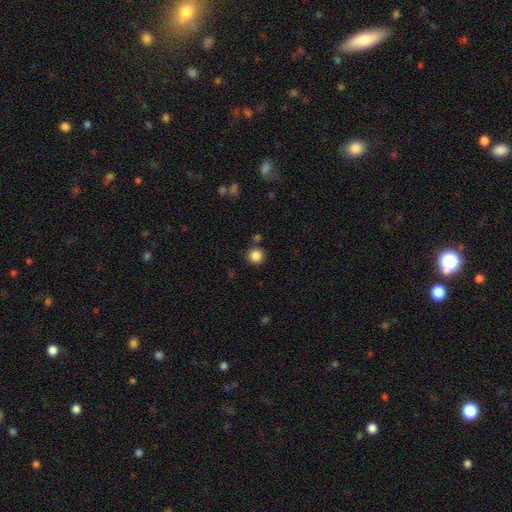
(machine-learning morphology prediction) Q: Smooth or featured?
A: smooth (85%); runner-up: star or artifact (11%)
Q: How rounded?
A: round (94%); runner-up: in between (5%)
Q: Merging?
A: none (84%); runner-up: minor disturbance (8%)